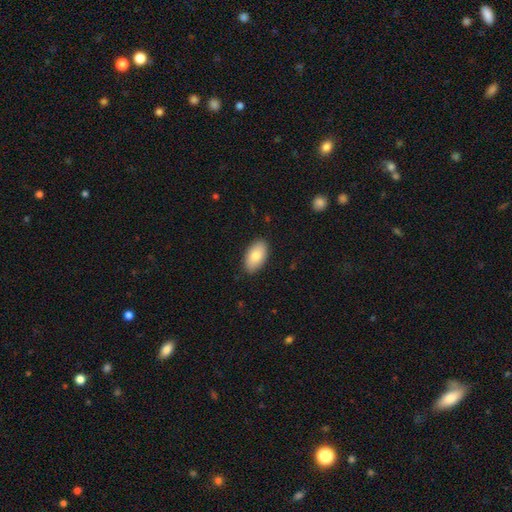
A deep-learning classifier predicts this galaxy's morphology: Smooth or featured? Predicted: smooth (p=0.80). How rounded? Predicted: in between (p=0.94). Merging? Predicted: none (p=0.88).